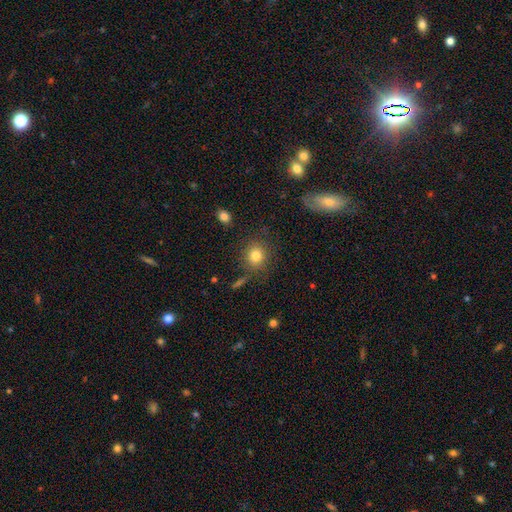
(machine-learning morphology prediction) Smooth or featured: smooth — 81% (star or artifact — 11%)
How rounded: round — 82% (in between — 17%)
Merging: none — 82% (minor disturbance — 10%)